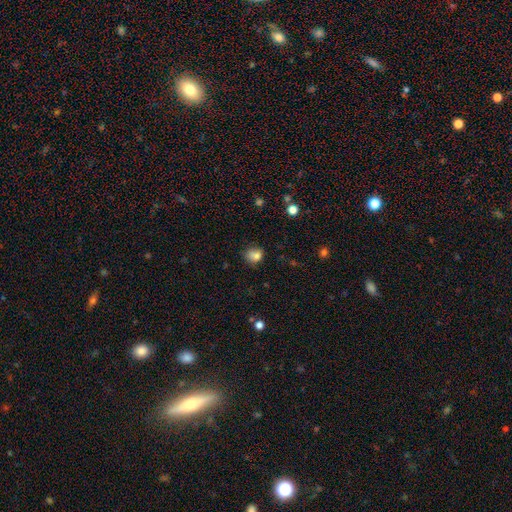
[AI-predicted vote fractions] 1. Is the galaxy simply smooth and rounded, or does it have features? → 79% smooth, 12% star or artifact, 9% featured or disk.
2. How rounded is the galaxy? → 69% round, 30% in between, 1% cigar-shaped.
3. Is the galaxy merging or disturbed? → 63% none, 25% minor disturbance, 7% major disturbance, 5% merger.